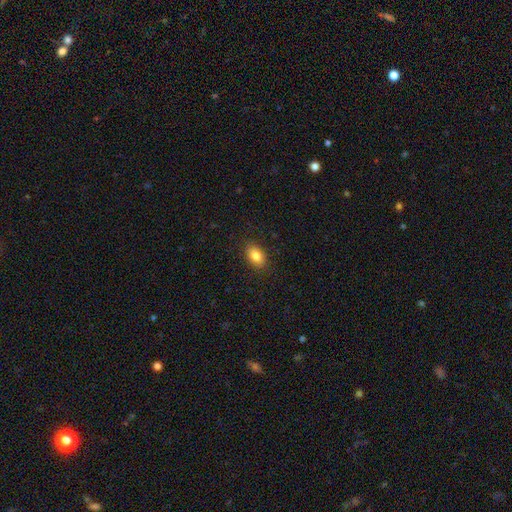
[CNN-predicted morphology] A smooth galaxy with no disk features (85%) that is in between round and cigar-shaped (87%). Merging: none (89%).